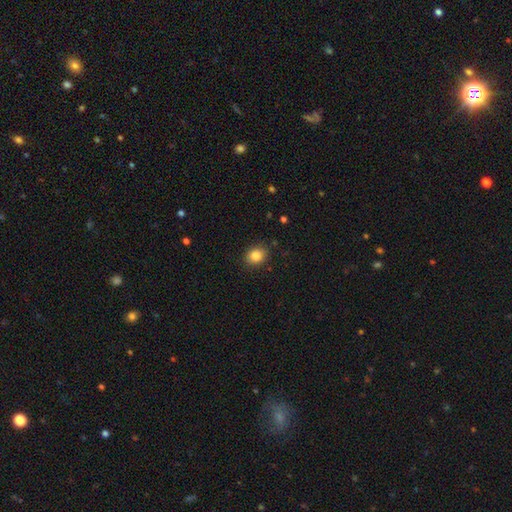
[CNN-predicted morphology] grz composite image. It shows a smooth galaxy with no disk features (85%) that is round (56%). Merging: none (88%).